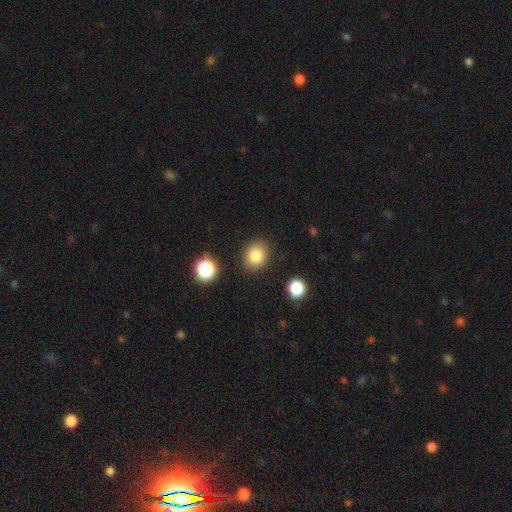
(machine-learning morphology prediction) A smooth galaxy with no disk features (83%) that is round (66%). Merging: none (87%).